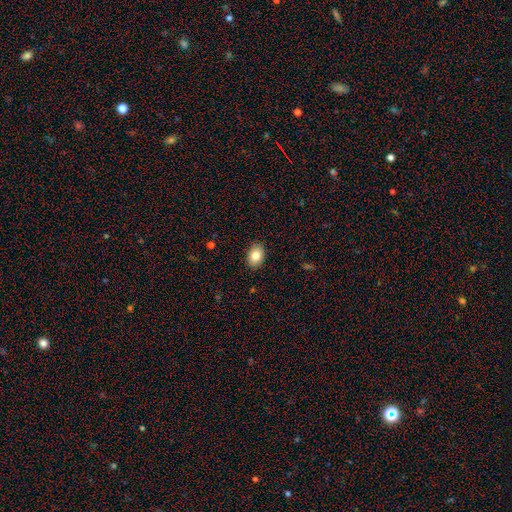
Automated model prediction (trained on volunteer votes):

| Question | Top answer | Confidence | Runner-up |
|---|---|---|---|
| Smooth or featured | smooth | 83% | featured or disk (9%) |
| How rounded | in between | 78% | round (21%) |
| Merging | none | 89% | minor disturbance (8%) |